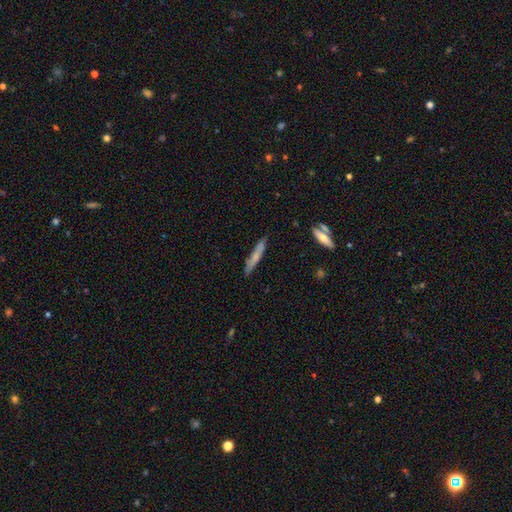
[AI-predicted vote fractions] smooth-or-featured: smooth: 61% | featured or disk: 33% | star or artifact: 6%
  how-rounded: cigar-shaped: 94% | in between: 5% | round: 2%
  merging: none: 86% | minor disturbance: 10% | major disturbance: 2% | merger: 2%